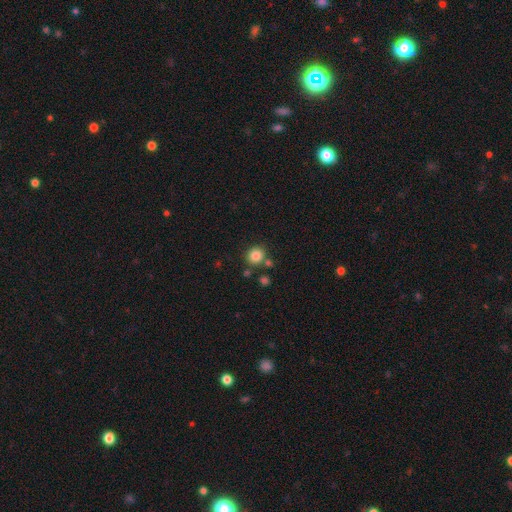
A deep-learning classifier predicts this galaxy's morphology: This is clearly a smooth galaxy (84%). How rounded: clearly round (86%). Merging: likely none (77%).